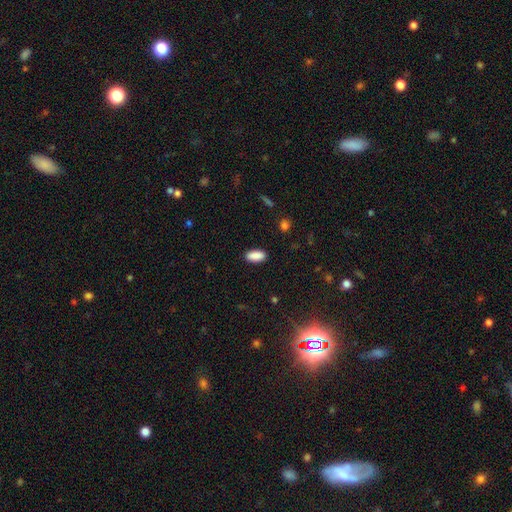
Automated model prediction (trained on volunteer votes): Overall: smooth (89%). How rounded: in between (87%). Merging: none (89%).